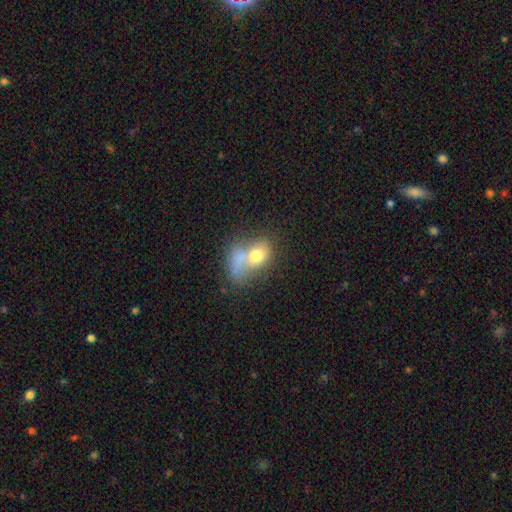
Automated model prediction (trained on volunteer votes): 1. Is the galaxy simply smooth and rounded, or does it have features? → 68% smooth, 23% featured or disk, 9% star or artifact.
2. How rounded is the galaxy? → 68% in between, 29% round, 2% cigar-shaped.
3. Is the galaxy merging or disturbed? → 60% merger, 16% none, 14% major disturbance, 10% minor disturbance.